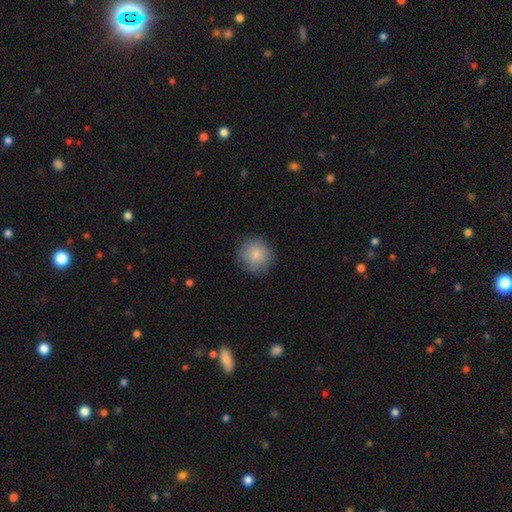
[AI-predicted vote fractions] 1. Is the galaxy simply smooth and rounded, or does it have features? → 84% smooth, 9% star or artifact, 7% featured or disk.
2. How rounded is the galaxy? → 92% round, 7% in between, 1% cigar-shaped.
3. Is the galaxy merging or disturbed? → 86% none, 10% minor disturbance, 3% major disturbance, 1% merger.